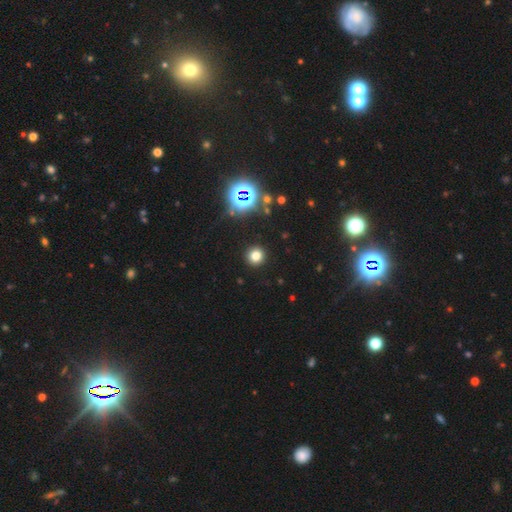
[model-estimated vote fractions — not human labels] The model was most divided on "smooth or featured": smooth: 75%, star or artifact: 19%, featured or disk: 6%. More confident: merging — none (91%); how rounded — round (91%).